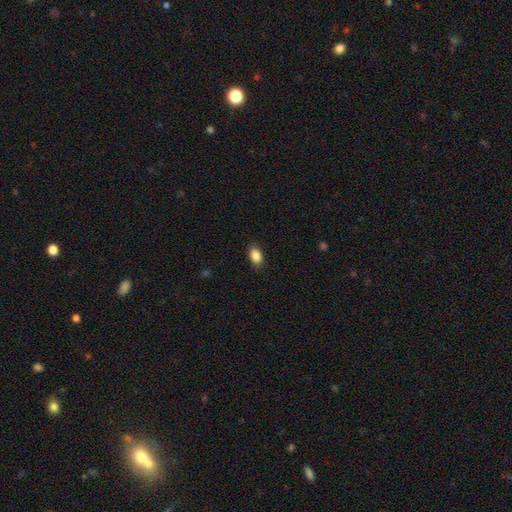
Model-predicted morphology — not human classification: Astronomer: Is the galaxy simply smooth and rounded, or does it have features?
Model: smooth — 88%.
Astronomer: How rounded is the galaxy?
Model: in between — 89%.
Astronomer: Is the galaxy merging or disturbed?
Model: none — 88%.